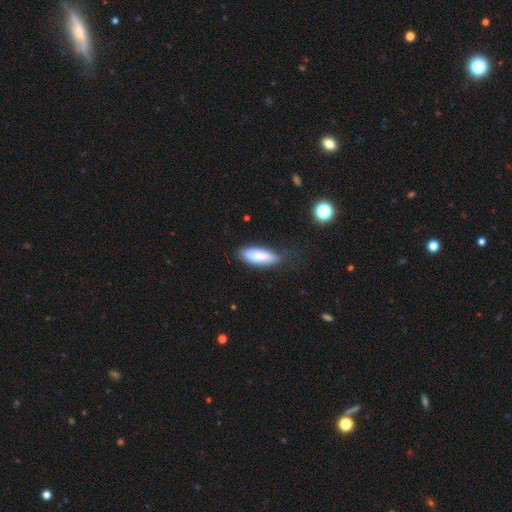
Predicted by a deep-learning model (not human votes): Smooth or featured: smooth — 75% (featured or disk — 18%)
How rounded: in between — 68% (cigar-shaped — 30%)
Merging: none — 61% (minor disturbance — 28%)